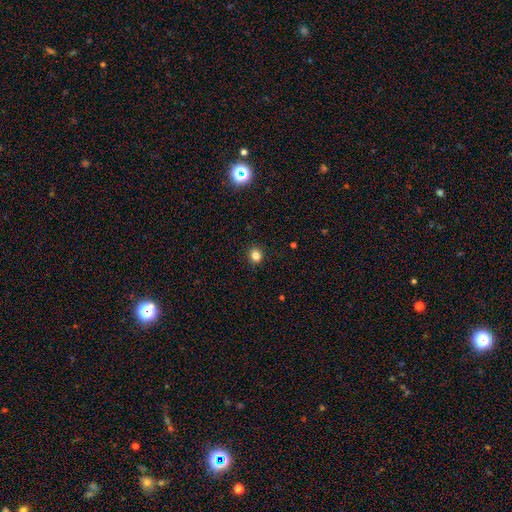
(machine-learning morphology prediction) smooth 83%, star or artifact 12%, featured or disk 5%. Down the decision tree: how rounded — round (79%); merging — none (91%).